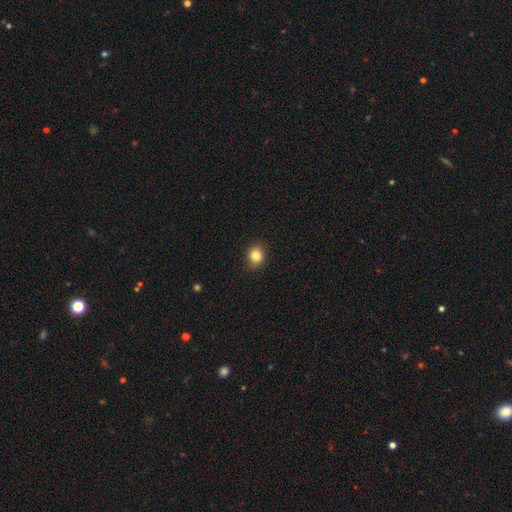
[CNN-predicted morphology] smooth 83%, star or artifact 11%, featured or disk 6%. Down the decision tree: how rounded — round (71%); merging — none (88%).